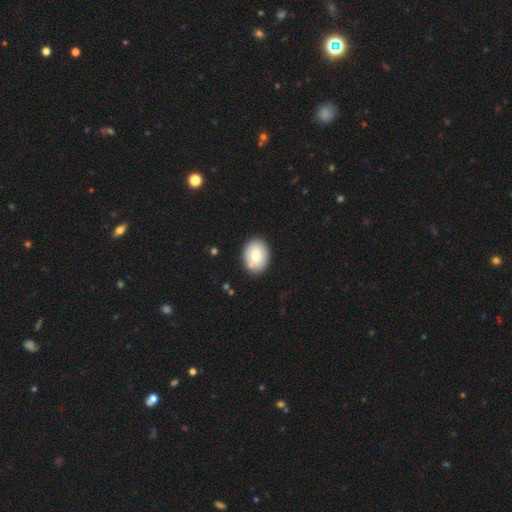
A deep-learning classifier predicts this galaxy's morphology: Smooth or featured? smooth (75%)
How rounded? in between (67%)
Merging? none (83%)